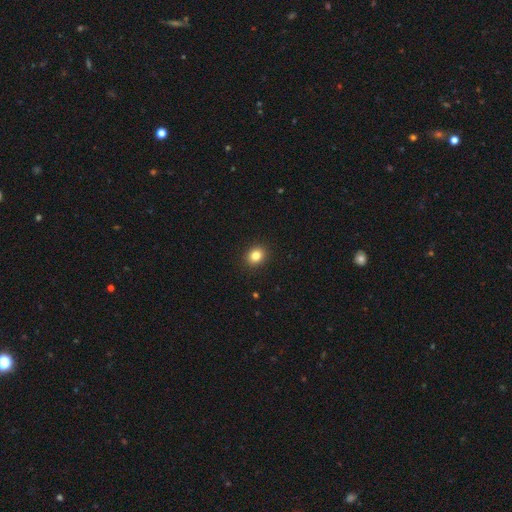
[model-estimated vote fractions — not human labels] The model was most divided on "how rounded": round: 67%, in between: 32%, cigar-shaped: 1%. More confident: merging — none (92%); smooth or featured — smooth (83%).